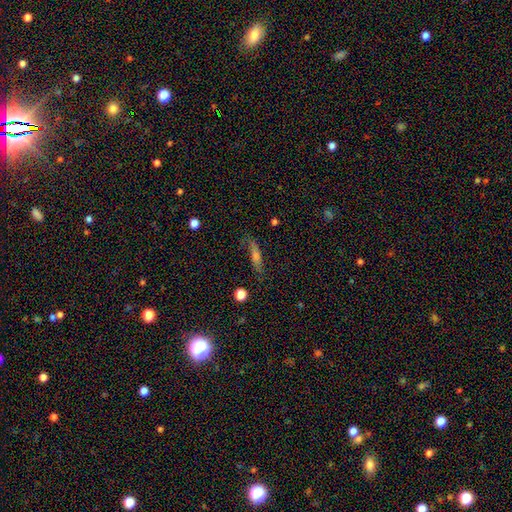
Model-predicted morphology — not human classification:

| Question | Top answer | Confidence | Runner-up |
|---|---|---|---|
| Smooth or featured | smooth | 45% | featured or disk (41%) |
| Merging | none | 75% | minor disturbance (18%) |